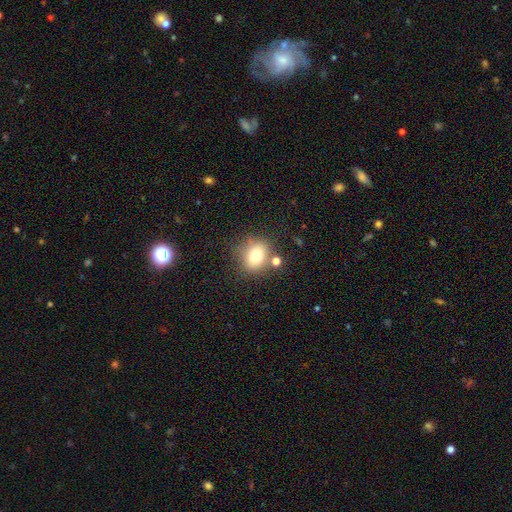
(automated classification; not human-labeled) A smooth galaxy with no disk features (76%) that is round (54%).

Vote fractions:
- Smooth or featured? smooth: 76% / featured or disk: 13% / star or artifact: 12%
- How rounded? round: 54% / in between: 45% / cigar-shaped: 1%
- Merging? none: 66% / minor disturbance: 15% / merger: 14% / major disturbance: 5%